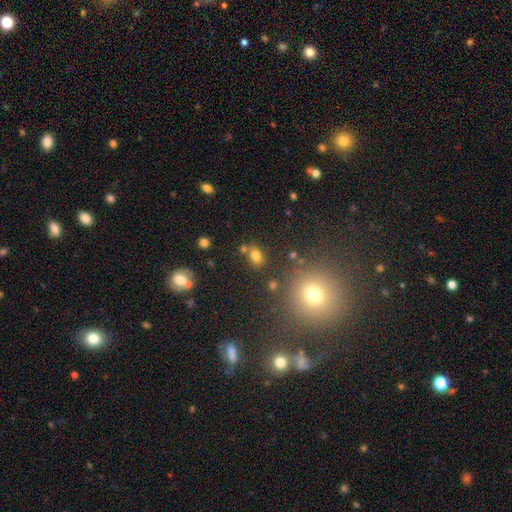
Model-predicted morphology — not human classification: Overall: smooth (76%). How rounded: in between (60%; round 38%). Merging: none (70%).